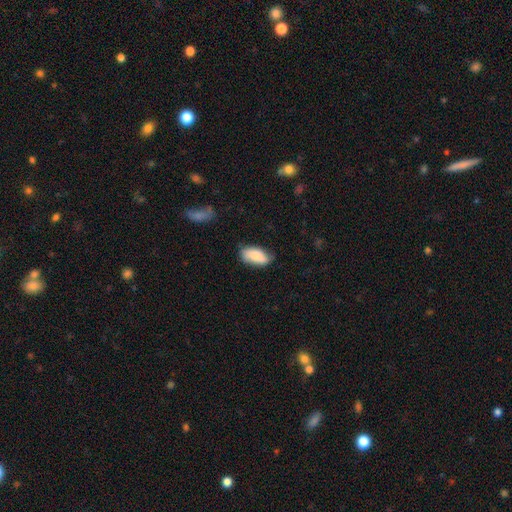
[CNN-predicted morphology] smooth 80%, featured or disk 14%, star or artifact 7%. Down the decision tree: how rounded — in between (93%); merging — none (67%).